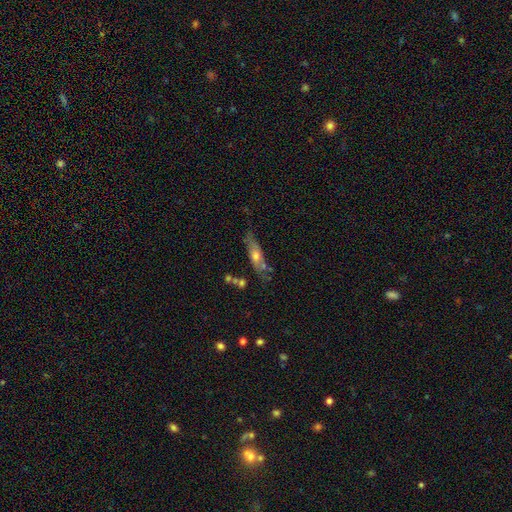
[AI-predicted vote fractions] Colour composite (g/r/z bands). It shows a smooth galaxy with no disk features (50%) that is cigar-shaped (56%). Merging: none (55%).